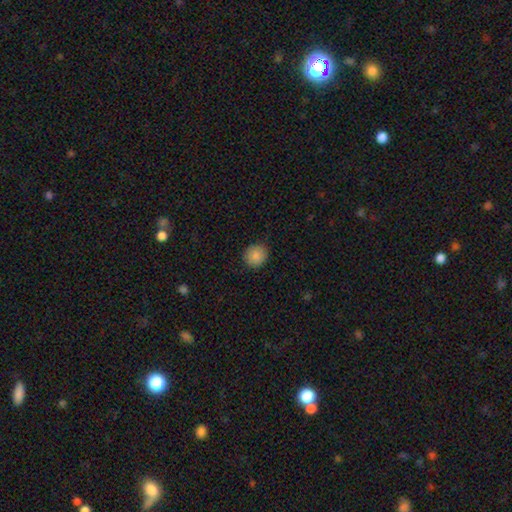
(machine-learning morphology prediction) This is clearly a smooth galaxy (86%). How rounded: clearly round (82%). Merging: clearly none (88%).